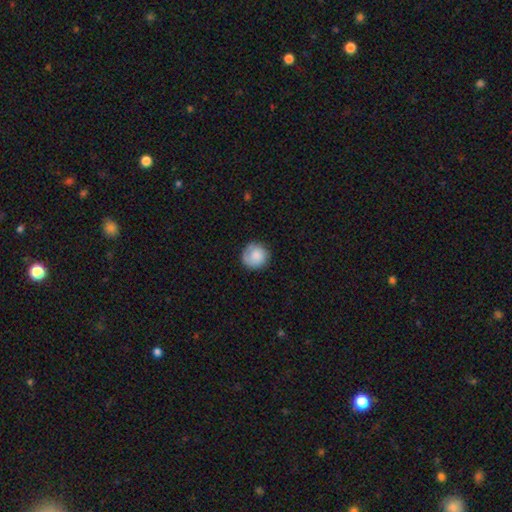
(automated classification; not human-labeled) Smooth or featured? Predicted: smooth (p=0.82). How rounded? Predicted: round (p=0.92). Merging? Predicted: none (p=0.80).